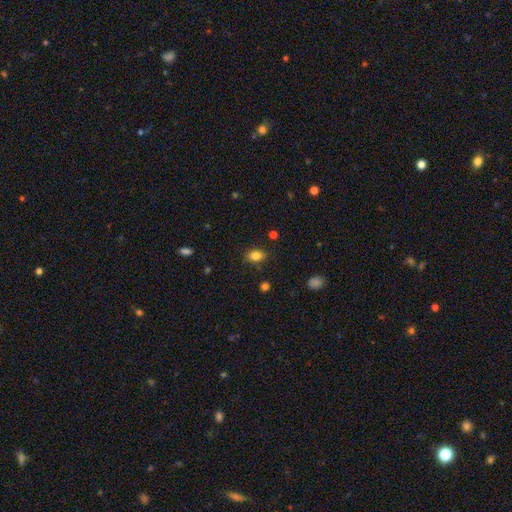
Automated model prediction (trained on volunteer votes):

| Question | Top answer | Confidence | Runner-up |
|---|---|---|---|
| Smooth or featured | smooth | 83% | star or artifact (10%) |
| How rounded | in between | 82% | round (16%) |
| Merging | none | 84% | minor disturbance (12%) |